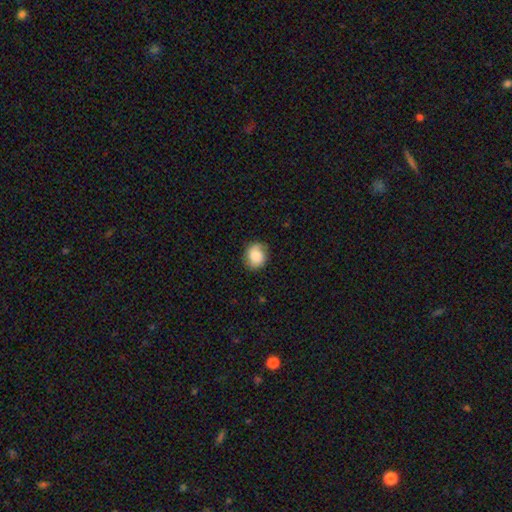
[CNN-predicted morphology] A smooth galaxy with no disk features (78%) that is round (66%). Merging: none (80%).